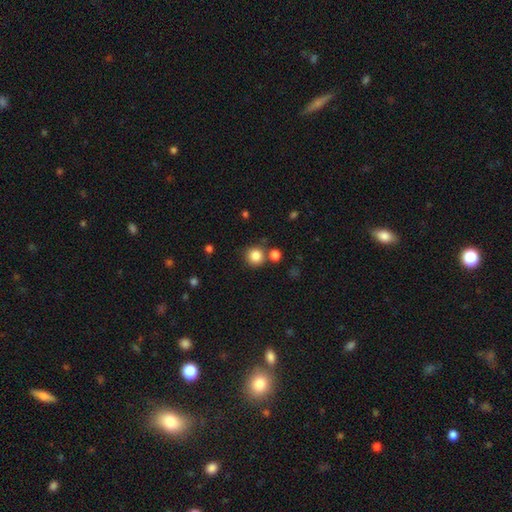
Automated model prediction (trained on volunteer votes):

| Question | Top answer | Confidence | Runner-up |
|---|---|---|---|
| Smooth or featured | smooth | 84% | star or artifact (11%) |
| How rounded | round | 92% | in between (7%) |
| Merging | none | 77% | merger (12%) |